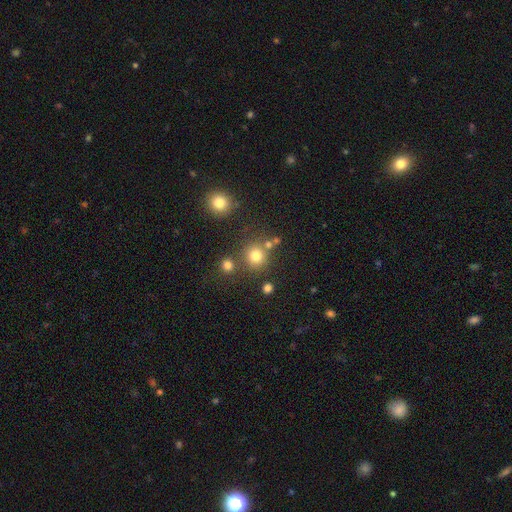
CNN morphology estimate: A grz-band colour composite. It shows a smooth galaxy with no disk features (78%) that is round (90%). Merging: none (74%).